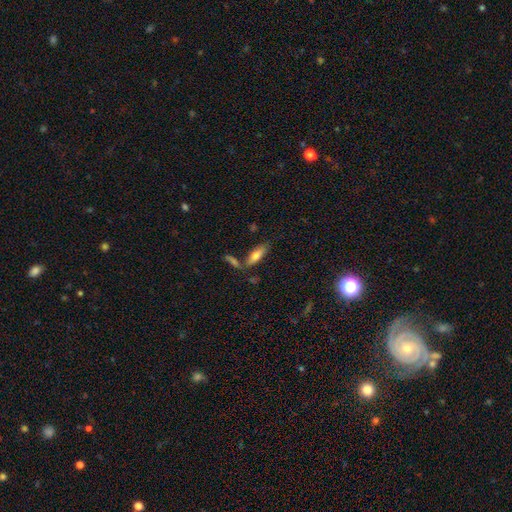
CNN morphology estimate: smooth_or_featured: smooth (p=0.72) [alt: featured or disk p=0.21]
how_rounded: in between (p=0.65) [alt: cigar-shaped p=0.33]
merging: none (p=0.66) [alt: minor disturbance p=0.15]